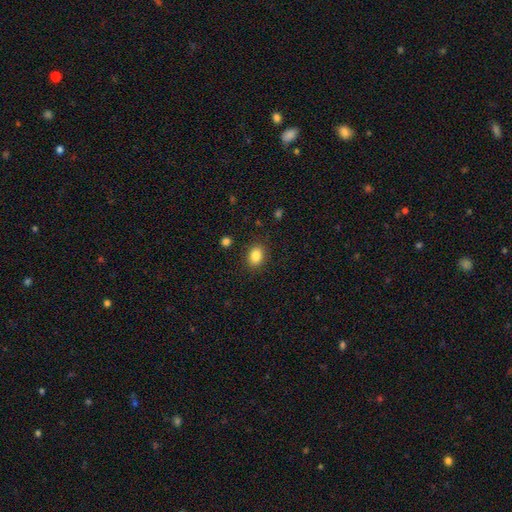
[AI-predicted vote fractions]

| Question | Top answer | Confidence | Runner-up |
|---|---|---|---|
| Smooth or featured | smooth | 85% | star or artifact (10%) |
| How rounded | in between | 62% | round (37%) |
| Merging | none | 87% | minor disturbance (9%) |